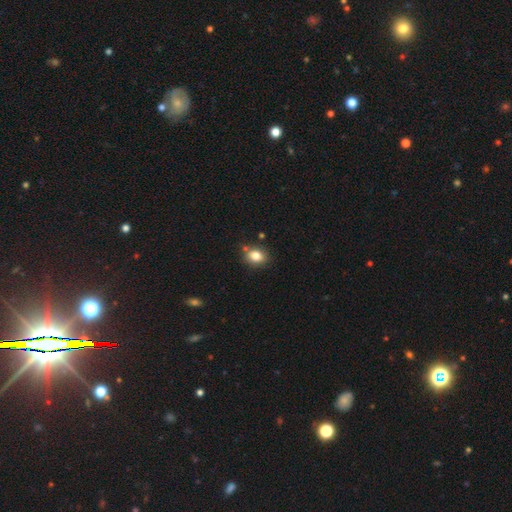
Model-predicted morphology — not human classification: Smooth or featured? smooth (81%)
How rounded? in between (50%)
Merging? none (75%)